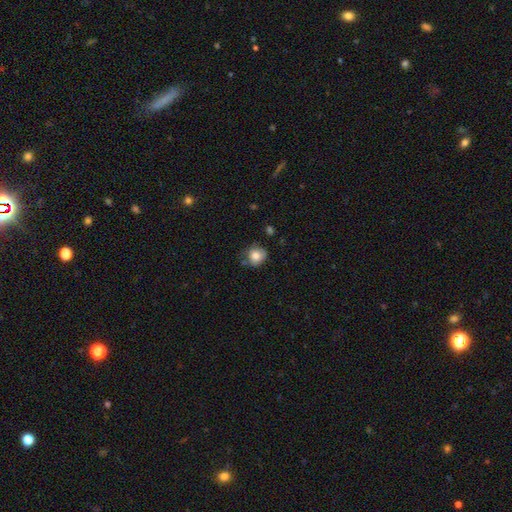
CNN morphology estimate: Overall: smooth (79%). How rounded: round (79%). Merging: none (64%; minor disturbance 25%).